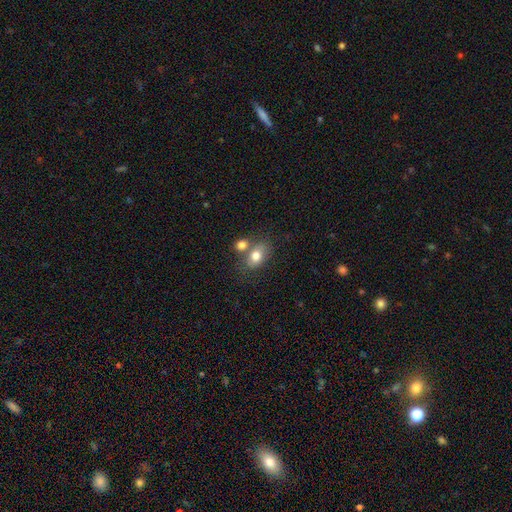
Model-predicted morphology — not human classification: Q: Smooth or featured?
A: smooth (77%); runner-up: featured or disk (14%)
Q: How rounded?
A: in between (76%); runner-up: round (23%)
Q: Merging?
A: none (48%); runner-up: merger (35%)